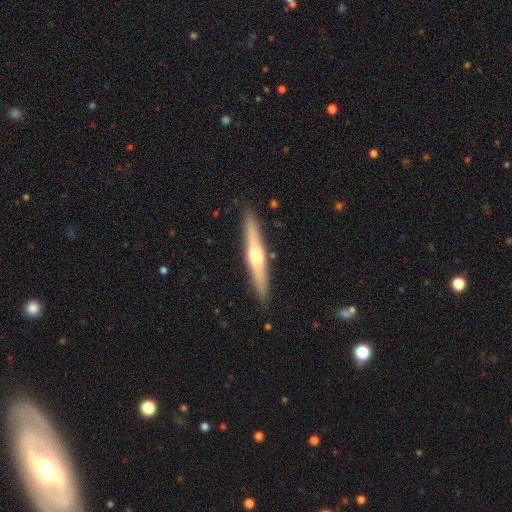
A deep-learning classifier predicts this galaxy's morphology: Smooth or featured? featured or disk (64%)
Edge-on disk? yes (96%)
Edge-on bulge? rounded (87%)
Merging? none (90%)